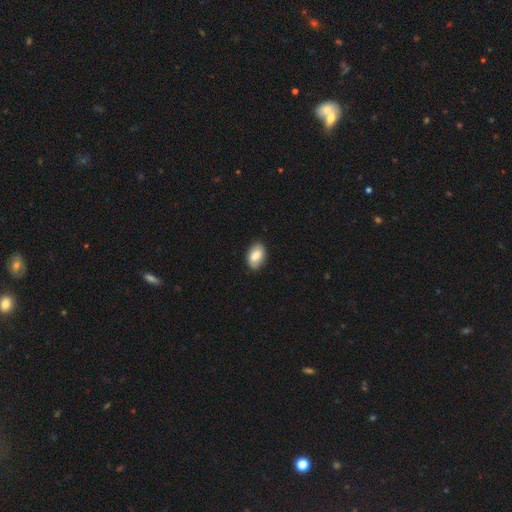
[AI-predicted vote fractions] Smooth or featured? smooth (80%)
How rounded? in between (91%)
Merging? none (83%)